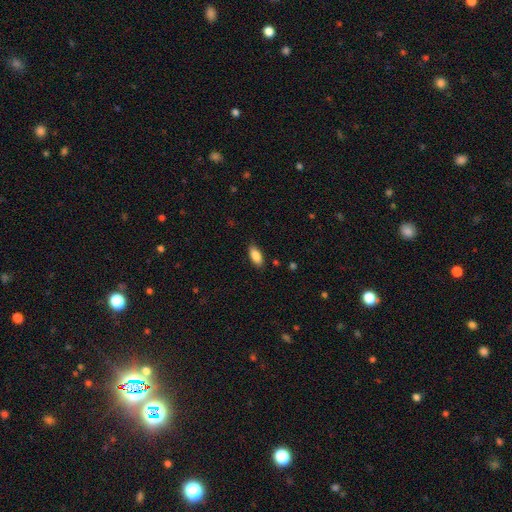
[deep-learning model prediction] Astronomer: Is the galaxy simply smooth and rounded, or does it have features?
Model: smooth — 87%.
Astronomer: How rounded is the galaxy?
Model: in between — 86%.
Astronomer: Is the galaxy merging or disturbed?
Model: none — 86%.